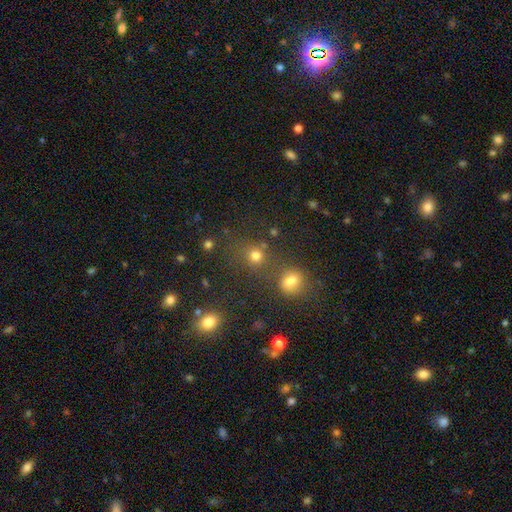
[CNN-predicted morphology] smooth-or-featured: smooth: 76% | star or artifact: 18% | featured or disk: 6%
  how-rounded: round: 84% | in between: 15% | cigar-shaped: 1%
  merging: none: 66% | merger: 20% | minor disturbance: 9% | major disturbance: 5%